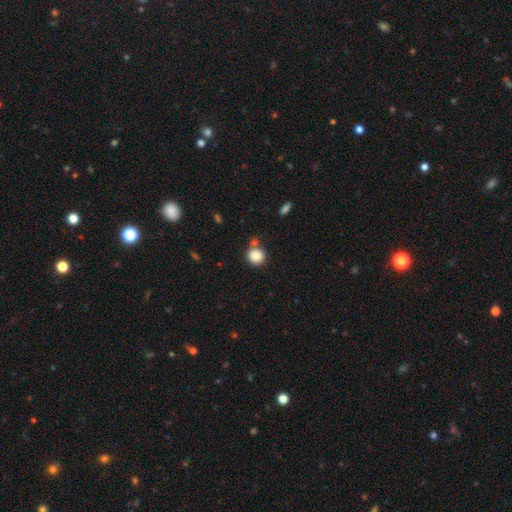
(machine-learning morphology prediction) This is clearly a smooth galaxy (86%). How rounded: clearly round (89%). Merging: likely none (68%).